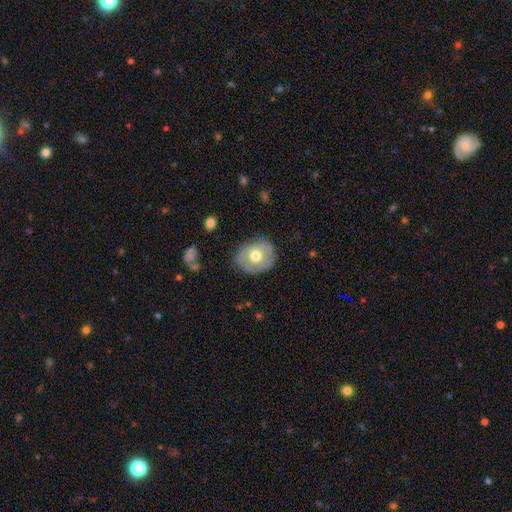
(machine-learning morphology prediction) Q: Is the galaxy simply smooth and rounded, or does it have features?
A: smooth — 49%.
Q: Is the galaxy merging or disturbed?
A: none — 75%.